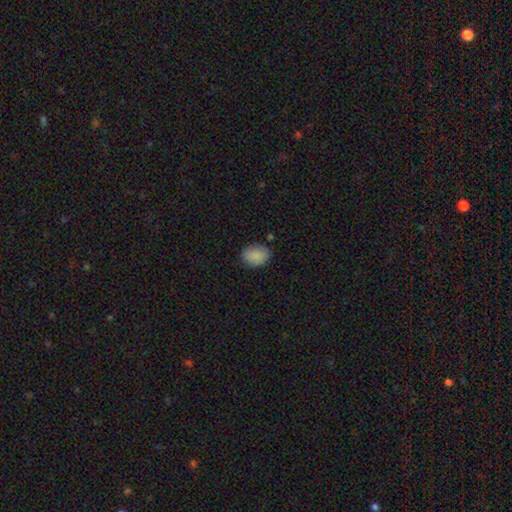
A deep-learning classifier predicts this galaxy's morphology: Smooth or featured? Predicted: smooth (p=0.88). How rounded? Predicted: in between (p=0.74). Merging? Predicted: none (p=0.80).